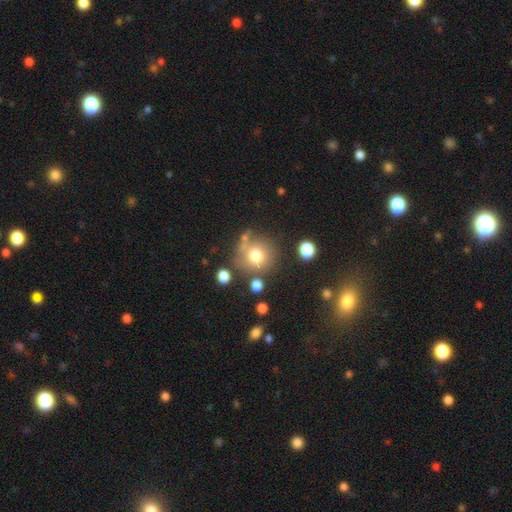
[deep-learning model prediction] Smooth or featured: smooth — 74% (featured or disk — 13%)
How rounded: round — 89% (in between — 10%)
Merging: none — 69% (minor disturbance — 14%)